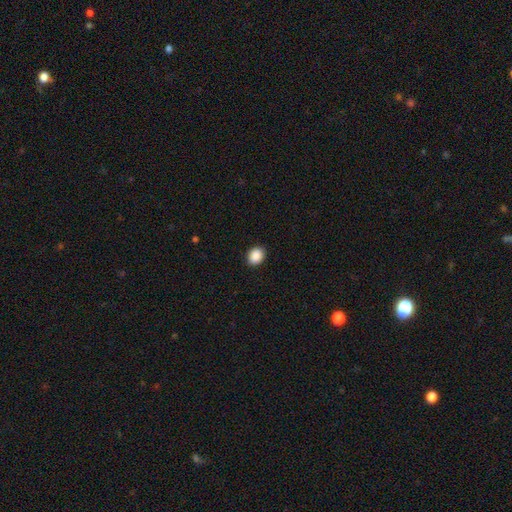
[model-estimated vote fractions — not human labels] Smooth or featured: smooth — 90% (star or artifact — 8%)
How rounded: round — 51% (in between — 48%)
Merging: none — 90% (minor disturbance — 7%)